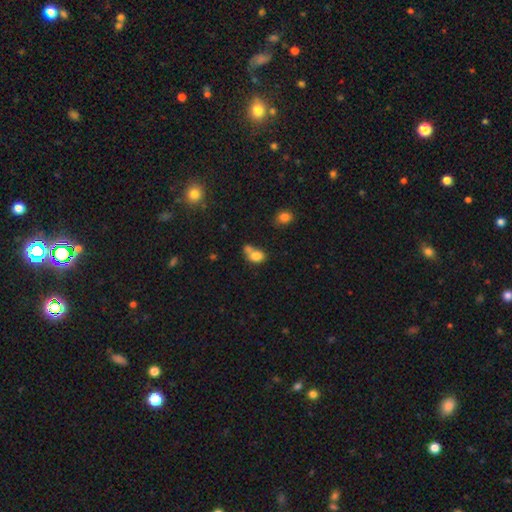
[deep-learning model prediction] Smooth or featured: smooth — 78% (featured or disk — 11%)
How rounded: in between — 58% (round — 41%)
Merging: merger — 50% (none — 31%)